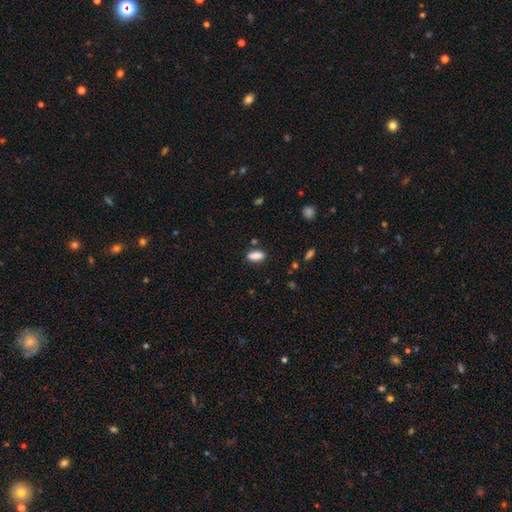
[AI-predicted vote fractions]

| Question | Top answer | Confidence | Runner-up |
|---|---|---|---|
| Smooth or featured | smooth | 87% | star or artifact (8%) |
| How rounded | in between | 80% | cigar-shaped (17%) |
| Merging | none | 84% | minor disturbance (10%) |